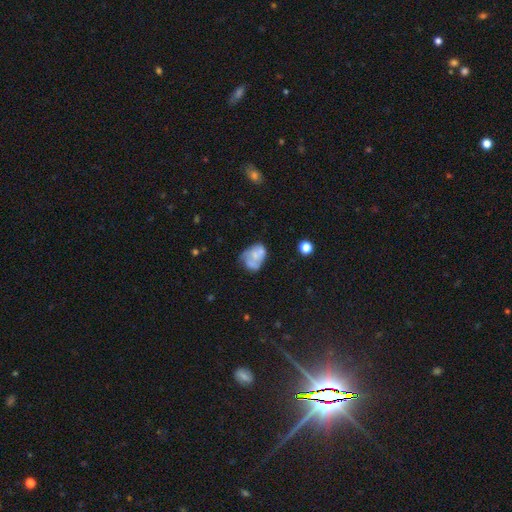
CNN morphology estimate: Q: Smooth or featured?
A: smooth (47%); runner-up: featured or disk (43%)
Q: Merging?
A: merger (31%); runner-up: none (27%)